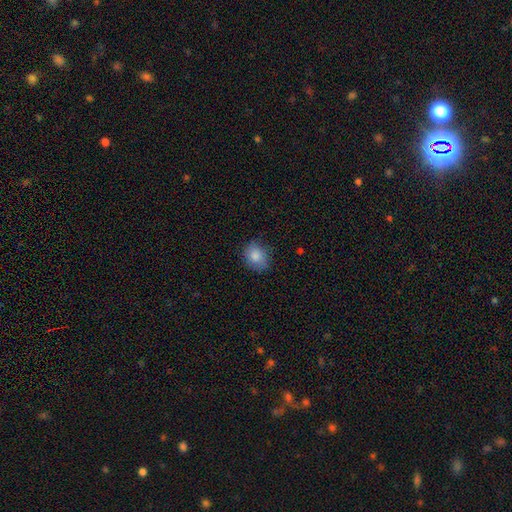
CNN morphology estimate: This is clearly a smooth galaxy (85%). How rounded: possibly round (58%). Merging: likely none (76%).